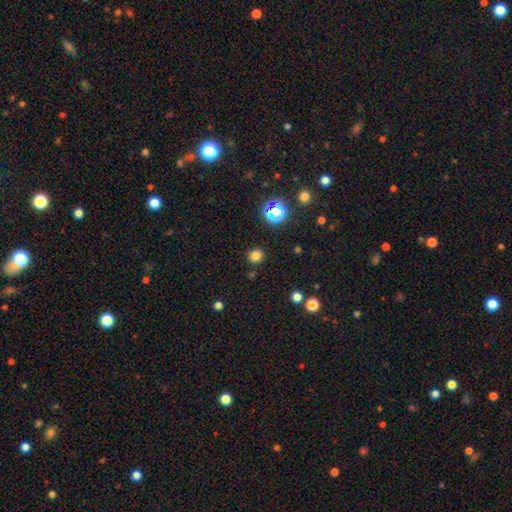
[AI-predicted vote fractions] Morphology: type=smooth (76%); roundness=round (88%); merging=none (87%).